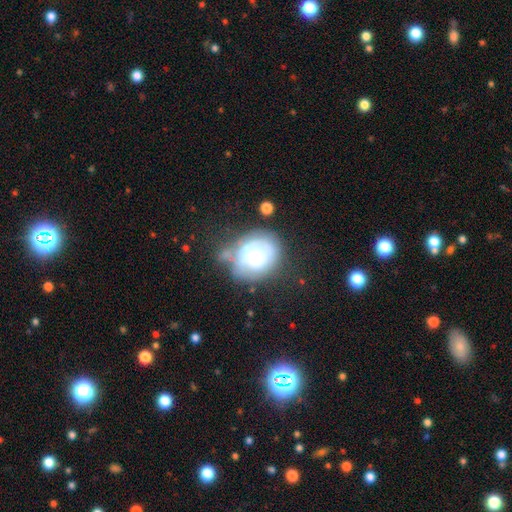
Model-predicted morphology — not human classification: A smooth galaxy with no disk features (49%).

Vote fractions:
- Smooth or featured? smooth: 49% / featured or disk: 42% / star or artifact: 9%
- Merging? none: 41% / minor disturbance: 29% / major disturbance: 20% / merger: 11%